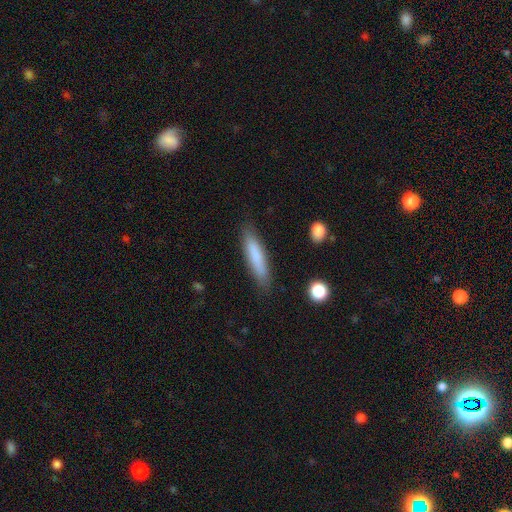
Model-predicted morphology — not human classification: Smooth or featured? smooth (79%)
How rounded? cigar-shaped (85%)
Merging? none (86%)